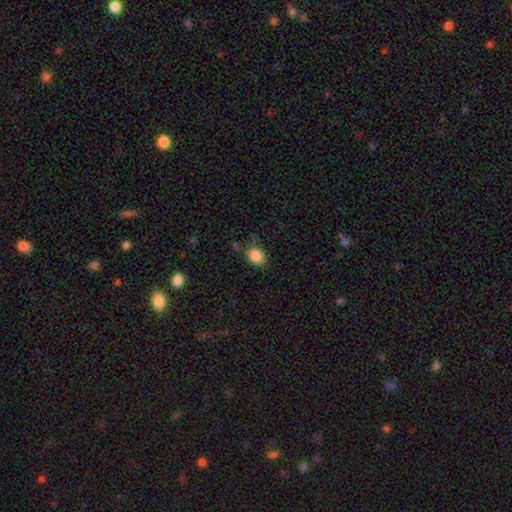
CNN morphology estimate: Smooth or featured: smooth — 87% (star or artifact — 9%)
How rounded: in between — 67% (round — 31%)
Merging: none — 69% (minor disturbance — 22%)